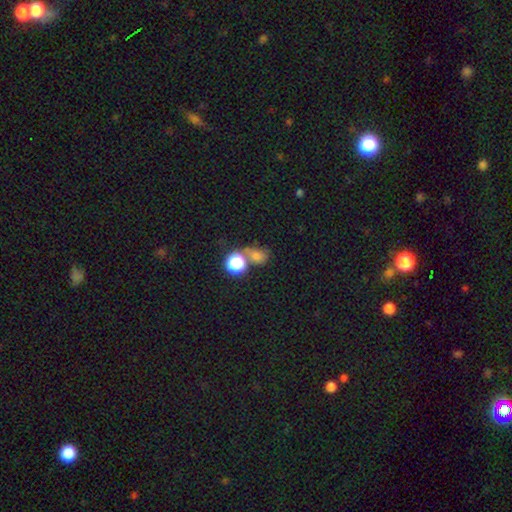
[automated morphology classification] Smooth or featured: smooth — 65% (star or artifact — 26%)
How rounded: round — 62% (in between — 37%)
Merging: none — 43% (merger — 35%)